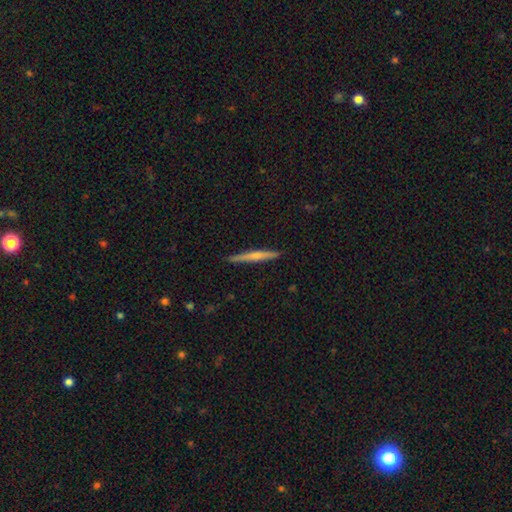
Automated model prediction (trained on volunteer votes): The model was most divided on "smooth or featured": featured or disk: 49%, smooth: 45%, star or artifact: 6%. More confident: merging — none (90%).